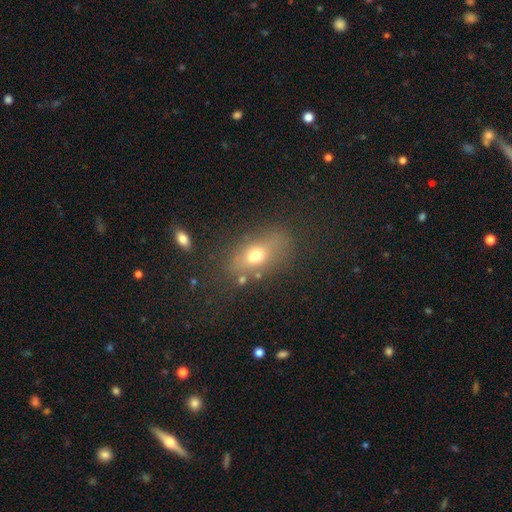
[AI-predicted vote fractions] Smooth or featured? smooth (66%)
How rounded? in between (78%)
Merging? none (64%)